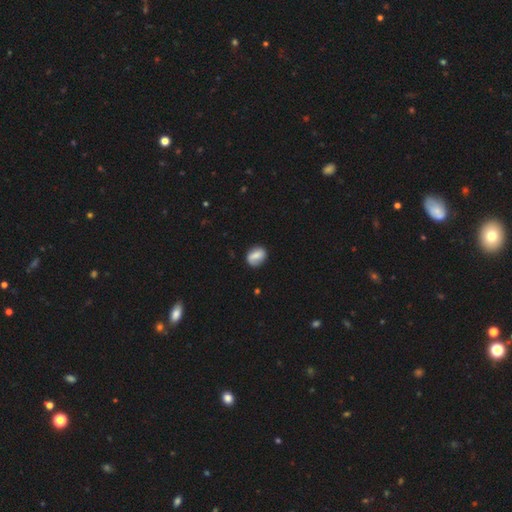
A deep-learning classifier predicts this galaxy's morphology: This is likely a smooth galaxy (67%). How rounded: possibly in between (60%). Merging: likely none (76%).